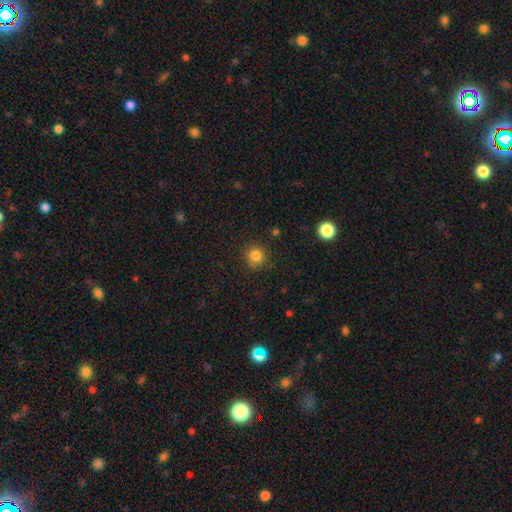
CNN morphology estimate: type=smooth (83%); roundness=round (91%); merging=none (84%).